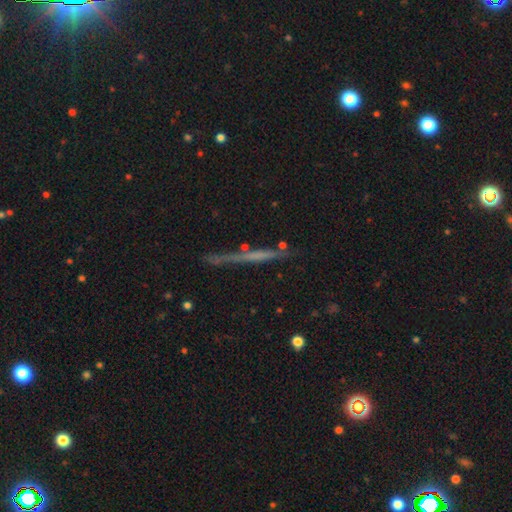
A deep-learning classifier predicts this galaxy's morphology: Smooth or featured?
  - featured or disk: 53% *
  - smooth: 38%
  - star or artifact: 9%
Edge-on disk?
  - yes: 94% *
  - no: 6%
Merging?
  - none: 78% *
  - minor disturbance: 14%
  - merger: 4%
  - major disturbance: 4%